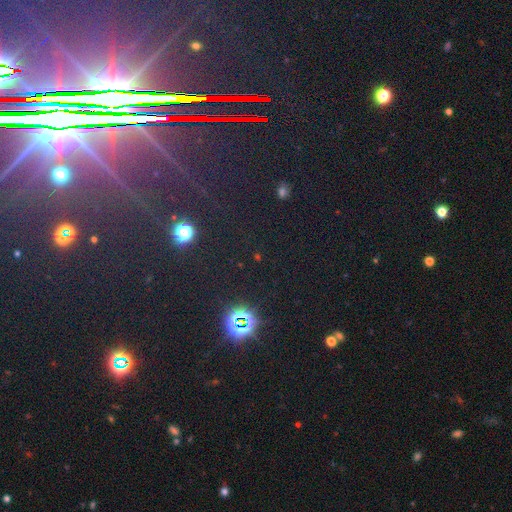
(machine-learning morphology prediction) smooth-or-featured: star or artifact: 82% | smooth: 11% | featured or disk: 7%